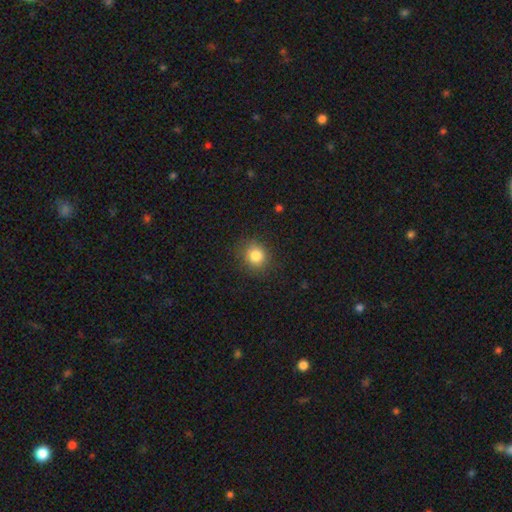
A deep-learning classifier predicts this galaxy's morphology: A smooth galaxy with no disk features (83%) that is round (81%).

Vote fractions:
- Smooth or featured? smooth: 83% / star or artifact: 11% / featured or disk: 6%
- How rounded? round: 81% / in between: 18% / cigar-shaped: 1%
- Merging? none: 85% / minor disturbance: 10% / major disturbance: 3% / merger: 1%